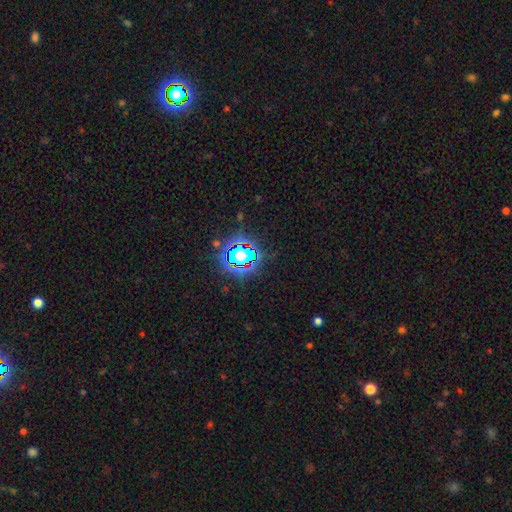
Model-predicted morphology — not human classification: A star or artifact, not a galaxy (81%).